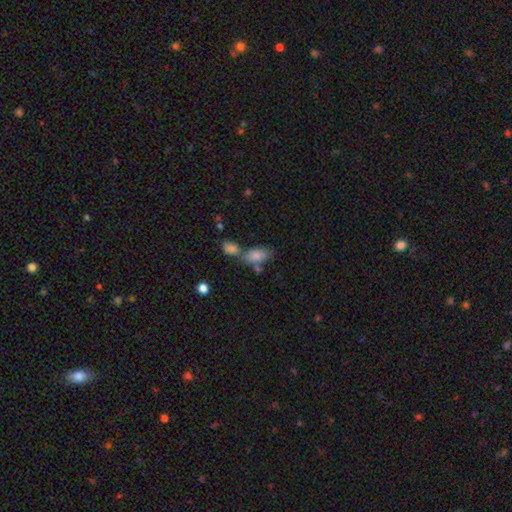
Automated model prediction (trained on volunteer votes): Smooth or featured? smooth (76%)
How rounded? in between (87%)
Merging? merger (44%)